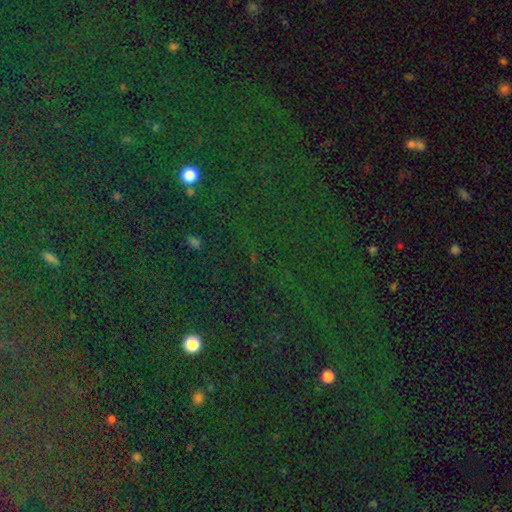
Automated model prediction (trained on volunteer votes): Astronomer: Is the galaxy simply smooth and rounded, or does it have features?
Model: star or artifact — 81%.